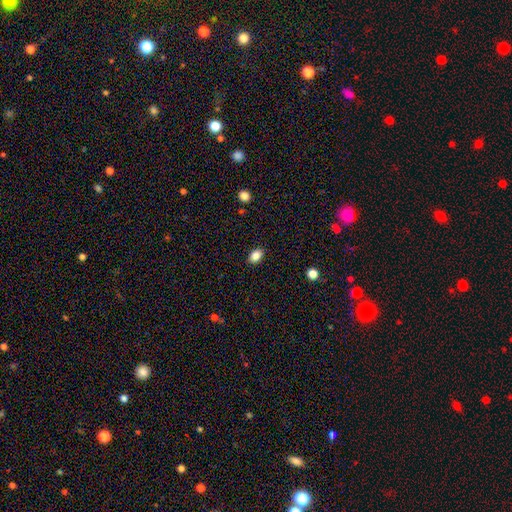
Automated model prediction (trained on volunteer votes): Smooth or featured? smooth (86%)
How rounded? in between (80%)
Merging? none (88%)